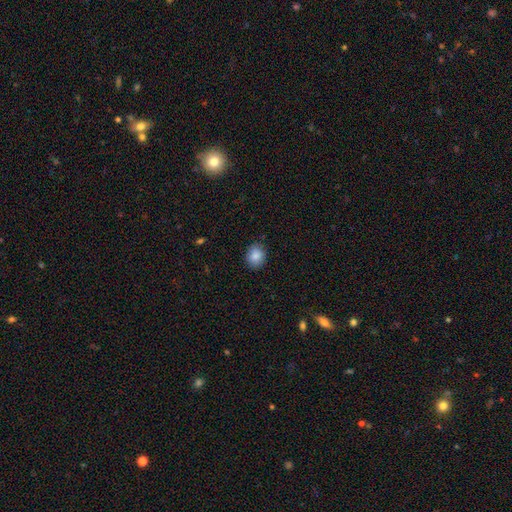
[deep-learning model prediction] Morphology: type=smooth (85%); roundness=round (61%); merging=none (85%).